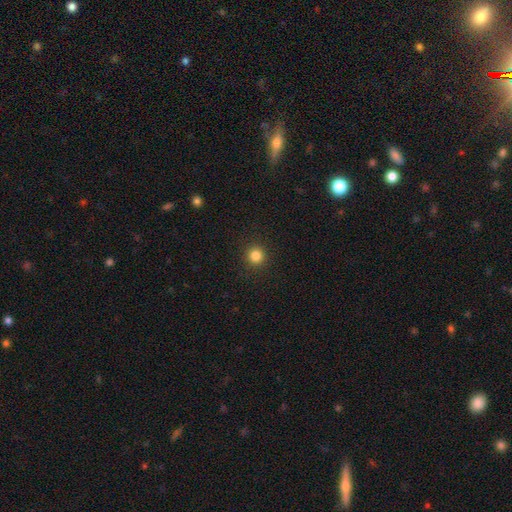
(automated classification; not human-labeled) Smooth or featured?
  - smooth: 83% *
  - star or artifact: 12%
  - featured or disk: 4%
How rounded?
  - round: 95% *
  - in between: 5%
  - cigar-shaped: 1%
Merging?
  - none: 92% *
  - minor disturbance: 5%
  - major disturbance: 2%
  - merger: 1%